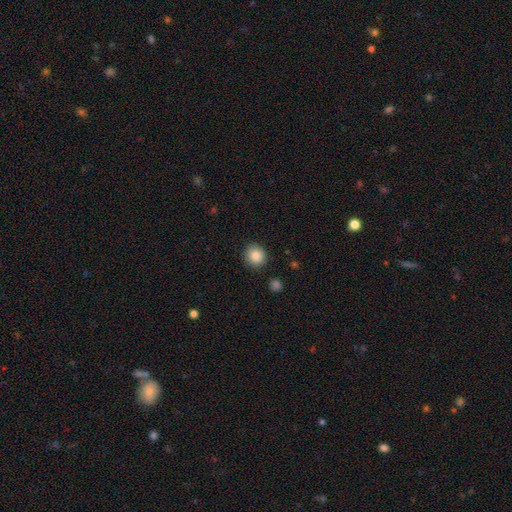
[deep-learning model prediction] Smooth or featured: smooth — 87% (star or artifact — 9%)
How rounded: round — 87% (in between — 12%)
Merging: none — 89% (minor disturbance — 7%)